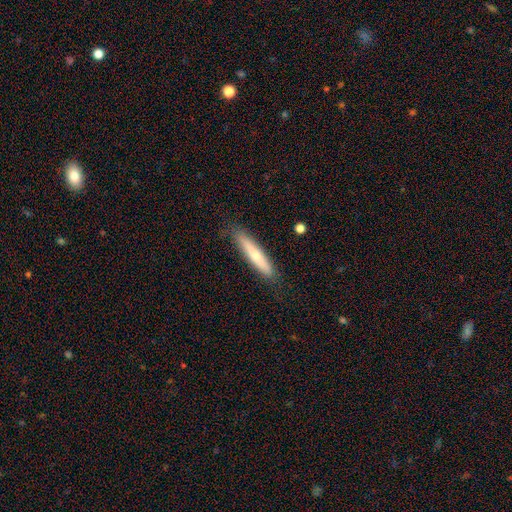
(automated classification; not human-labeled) smooth-or-featured: smooth: 58% | featured or disk: 36% | star or artifact: 6%
  how-rounded: cigar-shaped: 89% | in between: 10% | round: 1%
  merging: none: 84% | minor disturbance: 12% | major disturbance: 2% | merger: 1%